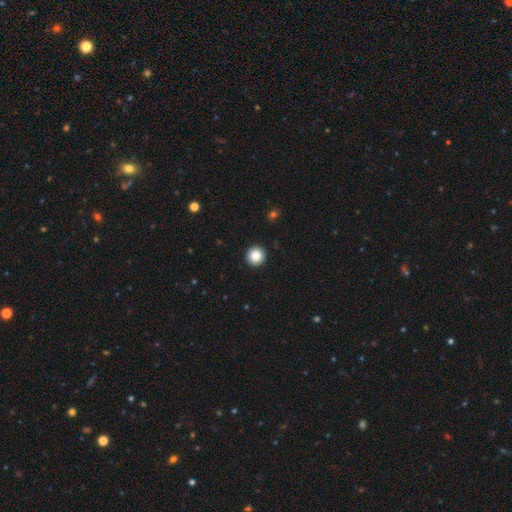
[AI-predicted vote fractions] Smooth or featured: smooth — 86% (star or artifact — 9%)
How rounded: round — 96% (in between — 4%)
Merging: none — 94% (minor disturbance — 4%)